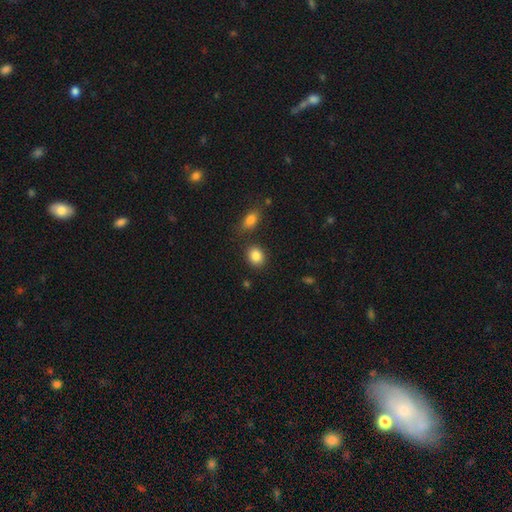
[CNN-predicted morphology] Smooth or featured? Predicted: smooth (p=0.86). How rounded? Predicted: round (p=0.54). Merging? Predicted: none (p=0.81).